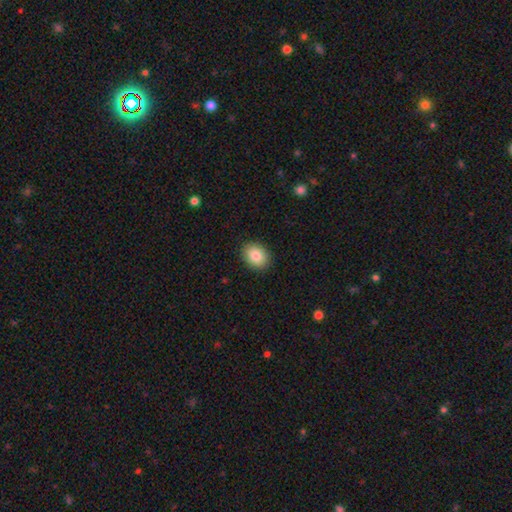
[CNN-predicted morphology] Q: Smooth or featured?
A: smooth (86%); runner-up: star or artifact (8%)
Q: How rounded?
A: in between (65%); runner-up: round (34%)
Q: Merging?
A: none (89%); runner-up: minor disturbance (8%)